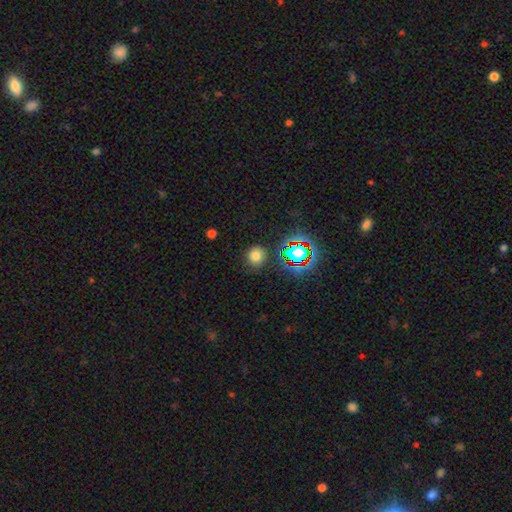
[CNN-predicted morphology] Q: Smooth or featured?
A: smooth (72%); runner-up: star or artifact (21%)
Q: How rounded?
A: round (84%); runner-up: in between (15%)
Q: Merging?
A: none (85%); runner-up: minor disturbance (10%)